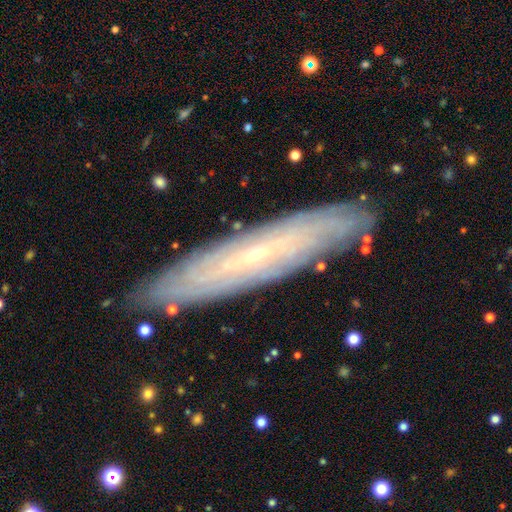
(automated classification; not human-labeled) Q: Smooth or featured?
A: featured or disk (77%); runner-up: smooth (15%)
Q: Edge-on disk?
A: no (52%); runner-up: yes (48%)
Q: Merging?
A: none (87%); runner-up: minor disturbance (10%)